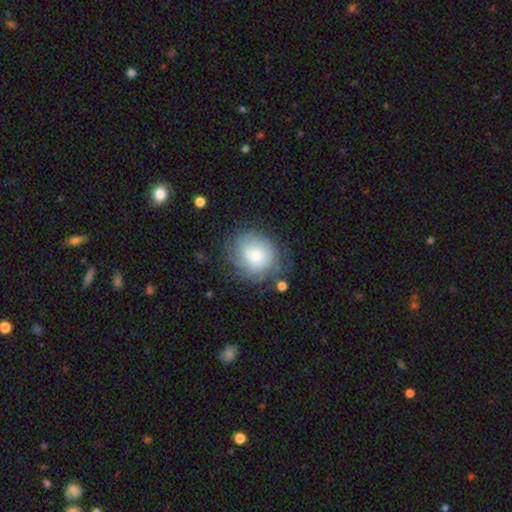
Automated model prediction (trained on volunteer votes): Morphology: type=smooth (46%); merging=none (66%).